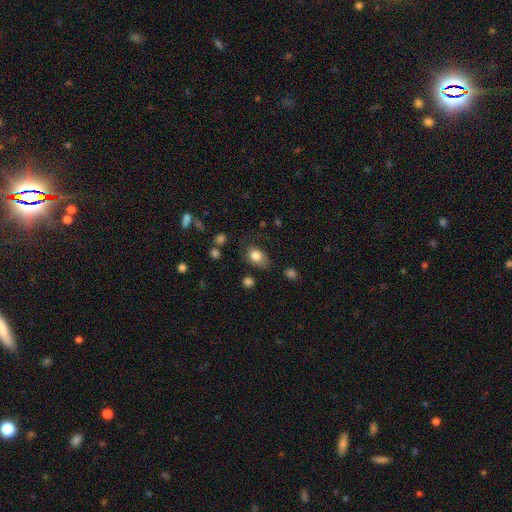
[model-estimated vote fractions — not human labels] Overall: smooth (83%). How rounded: in between (69%). Merging: none (56%; minor disturbance 30%).